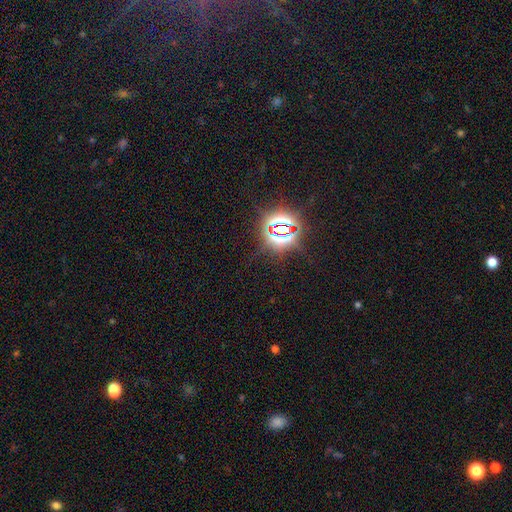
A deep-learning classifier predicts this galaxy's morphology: A star or artifact, not a galaxy (83%).